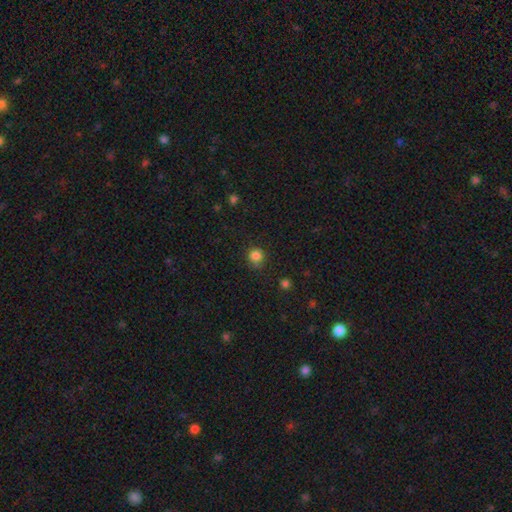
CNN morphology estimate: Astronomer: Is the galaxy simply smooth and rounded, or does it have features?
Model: smooth — 83%.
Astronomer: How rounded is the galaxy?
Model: round — 90%.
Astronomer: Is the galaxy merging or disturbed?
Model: none — 79%.